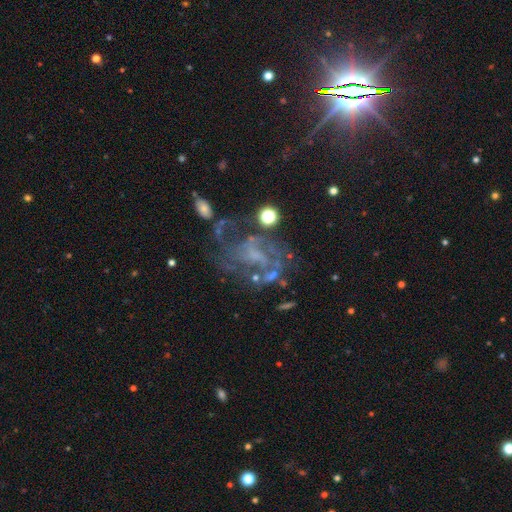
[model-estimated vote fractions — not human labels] Smooth or featured? Predicted: featured or disk (p=0.72). Edge-on disk? Predicted: no (p=0.97). Bar? Predicted: no (p=0.46). Spiral arms? Predicted: yes (p=0.85). Spiral winding? Predicted: medium (p=0.47). Spiral arm count? Predicted: 2 (p=0.39). Bulge size? Predicted: small (p=0.45). Merging? Predicted: none (p=0.52).